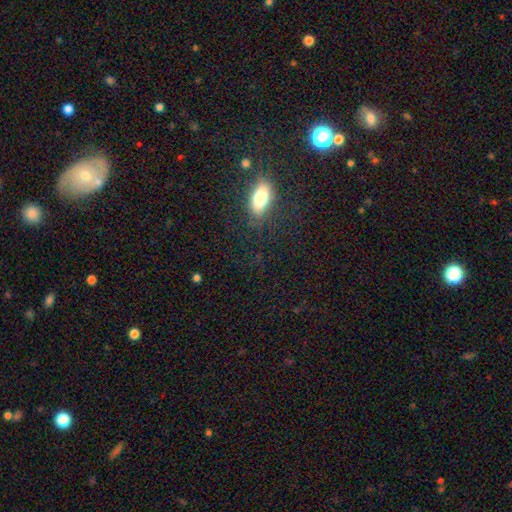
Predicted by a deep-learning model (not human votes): Smooth or featured: smooth — 53% (star or artifact — 25%)
How rounded: in between — 70% (round — 16%)
Merging: none — 83% (minor disturbance — 10%)